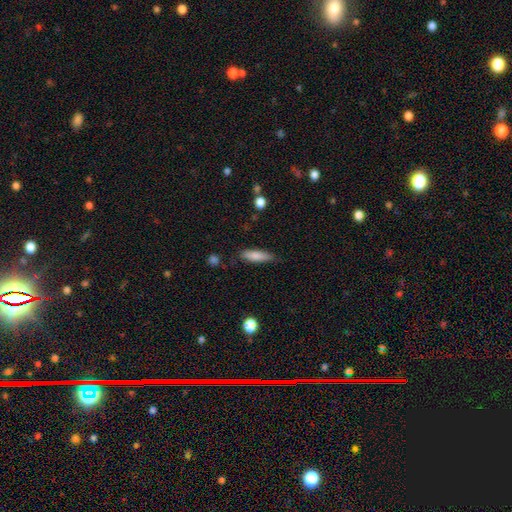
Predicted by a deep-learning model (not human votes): The model was most divided on "how rounded": cigar-shaped: 61%, in between: 37%, round: 2%. More confident: smooth or featured — smooth (82%); merging — none (78%).